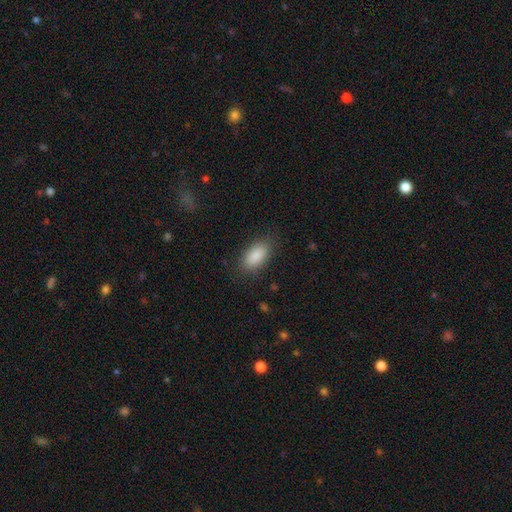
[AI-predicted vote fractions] Smooth or featured?
  - smooth: 89% *
  - star or artifact: 7%
  - featured or disk: 5%
How rounded?
  - in between: 91% *
  - cigar-shaped: 6%
  - round: 3%
Merging?
  - none: 83% *
  - minor disturbance: 12%
  - major disturbance: 4%
  - merger: 1%